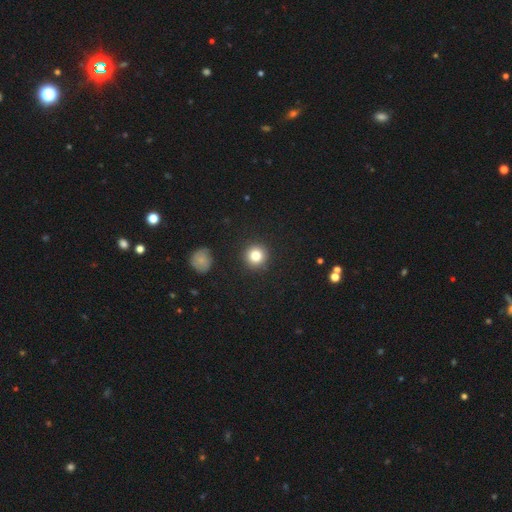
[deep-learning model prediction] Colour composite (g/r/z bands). It shows a smooth galaxy with no disk features (82%) that is round (95%). Merging: none (91%).